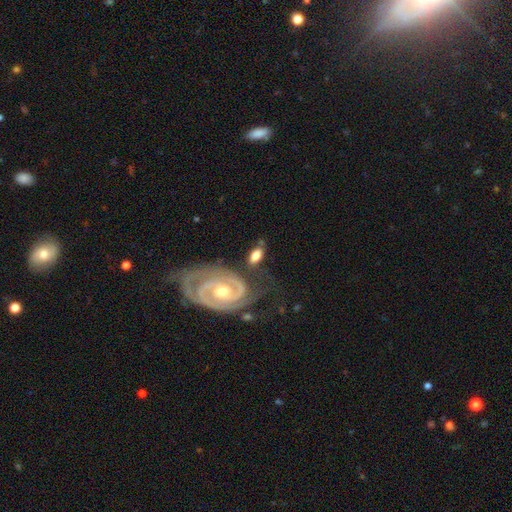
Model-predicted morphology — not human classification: smooth_or_featured: smooth (p=0.49) [alt: featured or disk p=0.44]
merging: none (p=0.61) [alt: minor disturbance p=0.20]